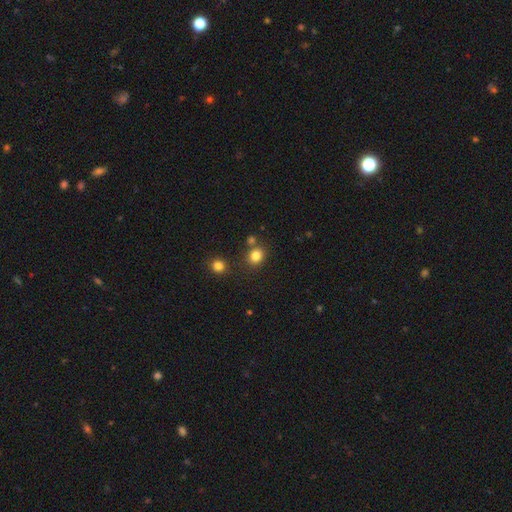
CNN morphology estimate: This is clearly a smooth galaxy (82%). How rounded: likely round (72%). Merging: likely none (74%).